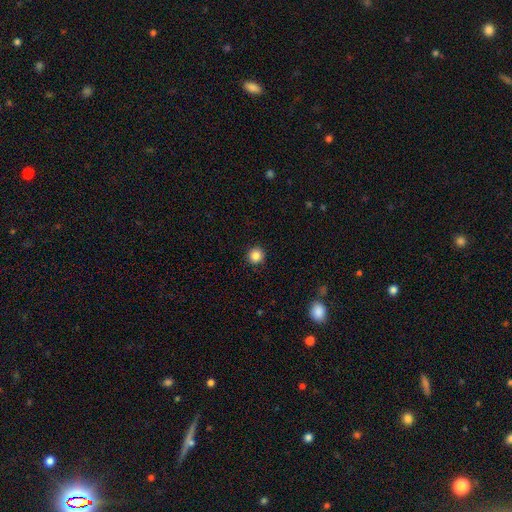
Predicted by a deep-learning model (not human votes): smooth 86%, star or artifact 10%, featured or disk 4%. Down the decision tree: how rounded — round (95%); merging — none (92%).